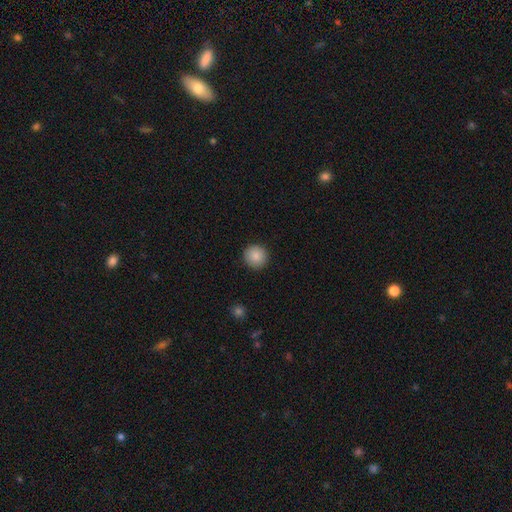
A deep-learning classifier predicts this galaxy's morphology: Overall: smooth (88%). How rounded: round (94%). Merging: none (92%).